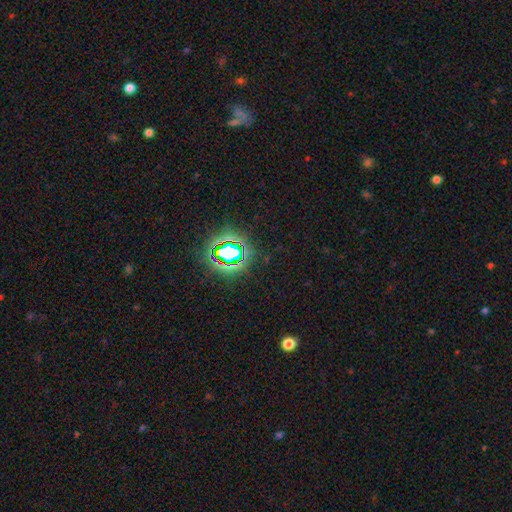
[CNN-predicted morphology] Smooth or featured? star or artifact (79%)